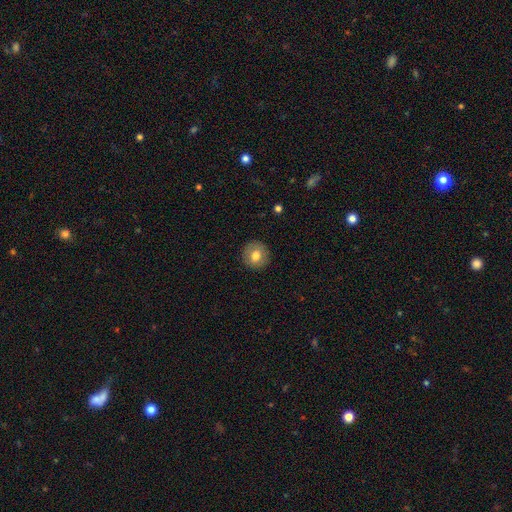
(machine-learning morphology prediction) This is likely a smooth galaxy (76%). How rounded: clearly round (93%). Merging: clearly none (90%).